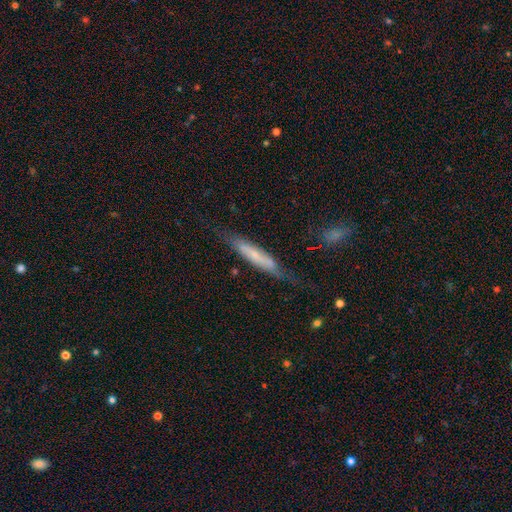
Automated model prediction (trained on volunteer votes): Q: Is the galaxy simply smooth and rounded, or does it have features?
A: smooth — 49%.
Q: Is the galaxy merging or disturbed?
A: none — 67%.